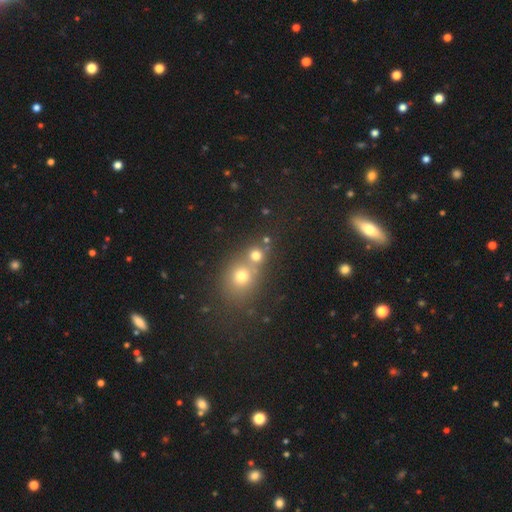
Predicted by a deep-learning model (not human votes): This is likely a smooth galaxy (70%). How rounded: clearly round (82%). Merging: possibly none (46%).